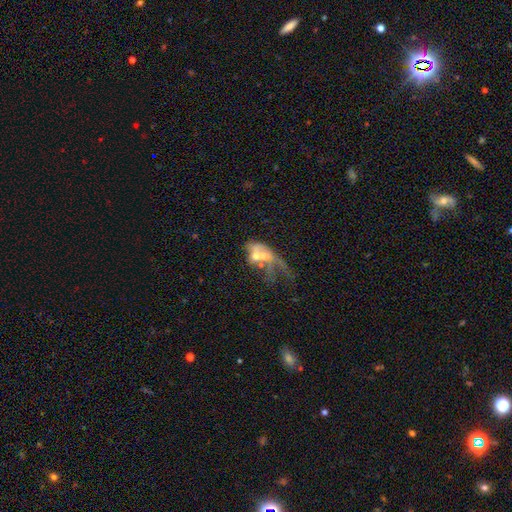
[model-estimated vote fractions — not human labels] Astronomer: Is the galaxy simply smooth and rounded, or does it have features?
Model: featured or disk — 54% (runner-up: smooth, 32%).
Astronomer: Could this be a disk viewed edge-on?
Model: no — 91%.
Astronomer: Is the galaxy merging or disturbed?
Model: merger — 45% (runner-up: major disturbance, 34%).